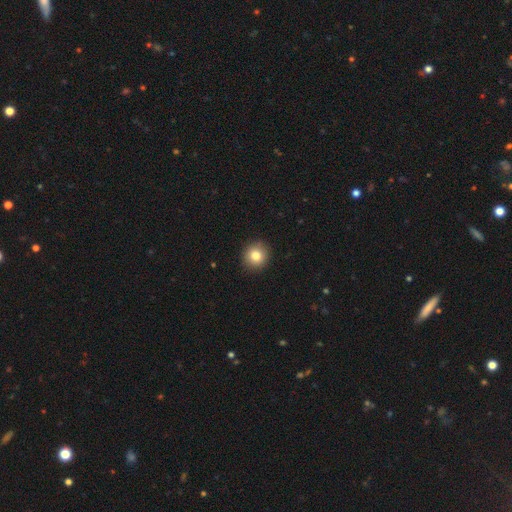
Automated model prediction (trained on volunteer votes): Smooth or featured: smooth — 82% (star or artifact — 10%)
How rounded: round — 91% (in between — 8%)
Merging: none — 91% (minor disturbance — 6%)